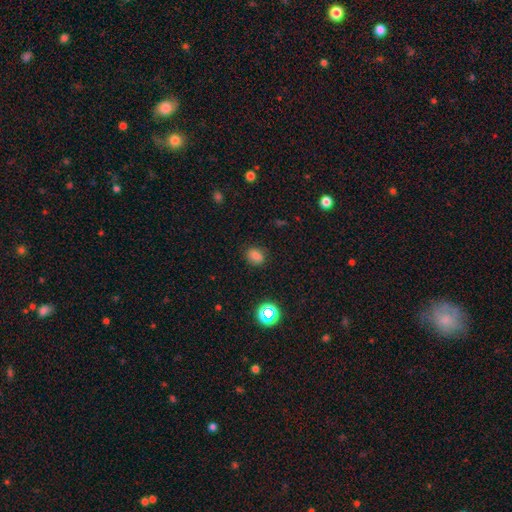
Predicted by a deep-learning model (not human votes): Smooth or featured: smooth — 77% (star or artifact — 17%)
How rounded: round — 60% (in between — 39%)
Merging: none — 83% (minor disturbance — 12%)